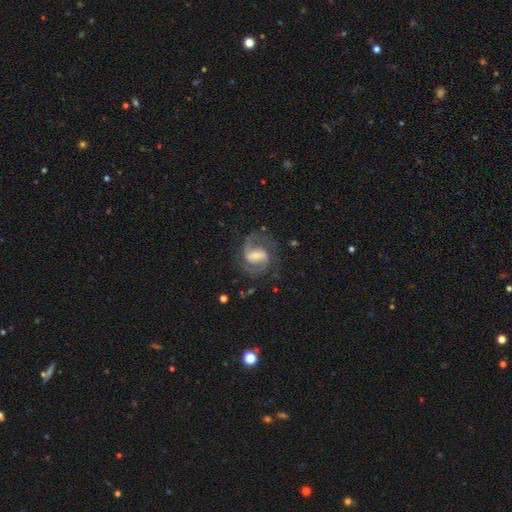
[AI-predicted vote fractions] Smooth or featured?
  - featured or disk: 87% *
  - smooth: 7%
  - star or artifact: 6%
Edge-on disk?
  - no: 98% *
  - yes: 2%
Bar?
  - weak: 49% *
  - strong: 37%
  - no: 14%
Spiral arms?
  - yes: 97% *
  - no: 3%
Spiral winding?
  - medium: 58% *
  - tight: 23%
  - loose: 19%
Spiral arm count?
  - 2: 88% *
  - can't tell: 4%
  - 3: 3%
  - 1: 2%
  - 4: 1%
  - more than 4: 1%
Bulge size?
  - small: 43% *
  - moderate: 37%
  - none: 11%
  - large: 8%
  - dominant: 1%
Merging?
  - none: 74% *
  - minor disturbance: 15%
  - major disturbance: 9%
  - merger: 1%